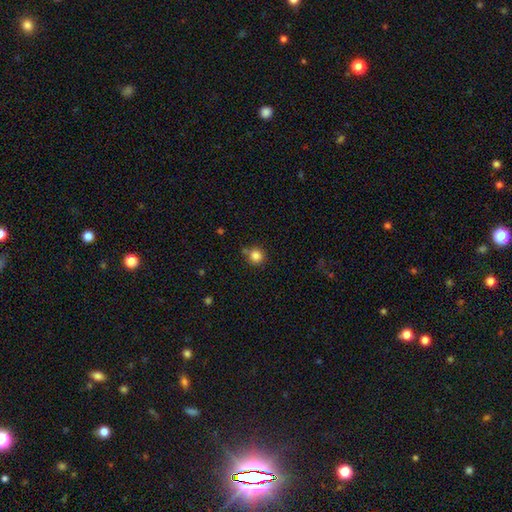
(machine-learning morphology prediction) The model was most divided on "merging": none: 74%, minor disturbance: 12%, merger: 10%, major disturbance: 3%. More confident: how rounded — round (91%); smooth or featured — smooth (84%).